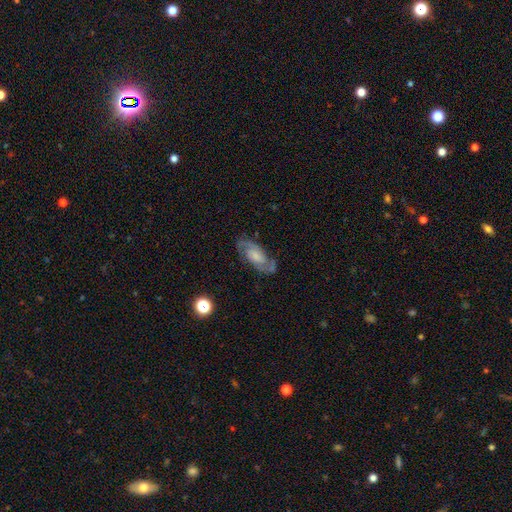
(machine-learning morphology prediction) smooth_or_featured: featured or disk (p=0.78) [alt: smooth p=0.16]
disk_edge_on: no (p=0.95) [alt: yes p=0.05]
bar: no (p=0.53) [alt: weak p=0.37]
has_spiral_arms: yes (p=0.94) [alt: no p=0.06]
spiral_winding: medium (p=0.49) [alt: tight p=0.35]
spiral_arm_count: 2 (p=0.88) [alt: can't tell p=0.06]
bulge_size: small (p=0.31) [alt: moderate p=0.27]
merging: none (p=0.77) [alt: minor disturbance p=0.15]